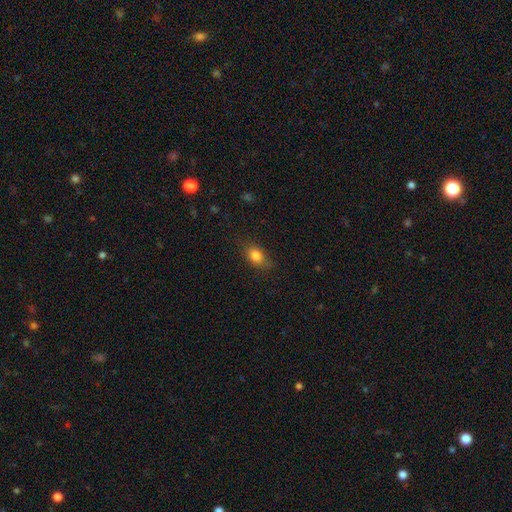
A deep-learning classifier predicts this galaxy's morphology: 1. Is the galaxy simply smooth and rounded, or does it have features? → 82% smooth, 10% star or artifact, 8% featured or disk.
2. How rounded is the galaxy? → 70% in between, 26% round, 4% cigar-shaped.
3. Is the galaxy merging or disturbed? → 76% none, 18% minor disturbance, 5% major disturbance, 1% merger.